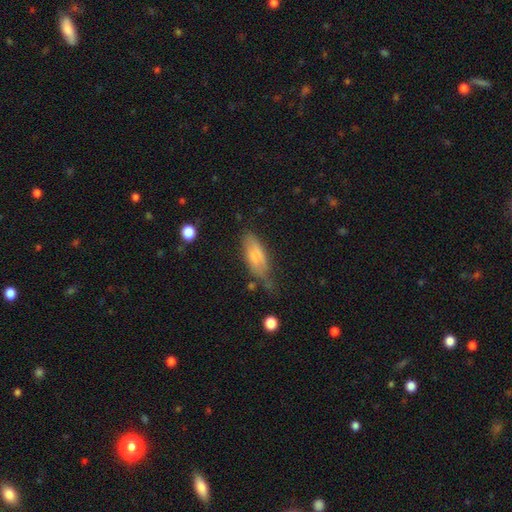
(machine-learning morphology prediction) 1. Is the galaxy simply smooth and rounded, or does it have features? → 66% smooth, 26% featured or disk, 8% star or artifact.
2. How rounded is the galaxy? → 66% in between, 32% cigar-shaped, 3% round.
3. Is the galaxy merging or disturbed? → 48% none, 33% minor disturbance, 14% major disturbance, 4% merger.